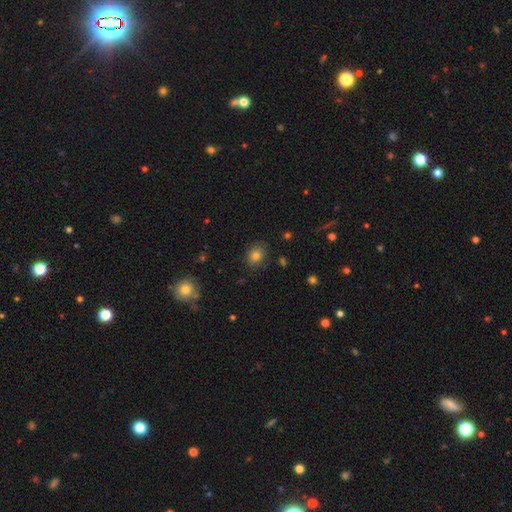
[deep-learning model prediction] smooth_or_featured: smooth (p=0.77) [alt: star or artifact p=0.13]
how_rounded: round (p=0.51) [alt: in between p=0.48]
merging: none (p=0.79) [alt: minor disturbance p=0.15]